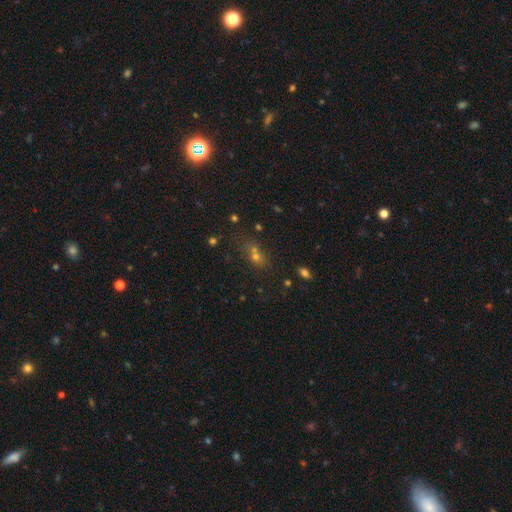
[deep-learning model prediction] Smooth or featured? Predicted: smooth (p=0.51). How rounded? Predicted: round (p=0.50). Merging? Predicted: none (p=0.43).